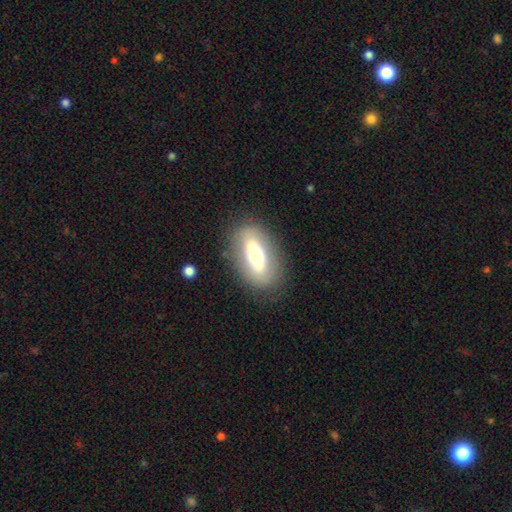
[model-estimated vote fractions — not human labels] Smooth or featured: smooth — 54% (featured or disk — 39%)
How rounded: in between — 83% (cigar-shaped — 11%)
Merging: none — 82% (minor disturbance — 12%)